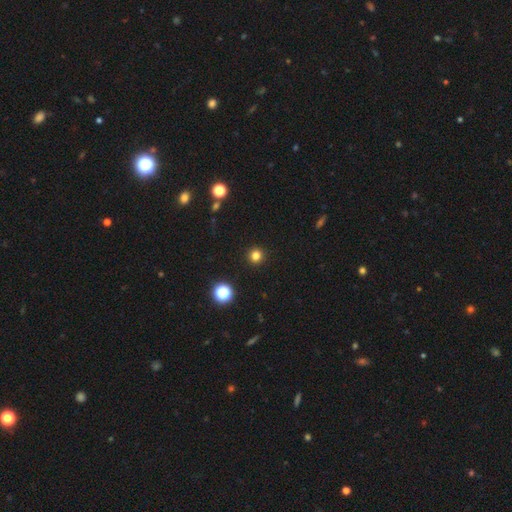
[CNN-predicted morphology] Smooth or featured? Predicted: smooth (p=0.81). How rounded? Predicted: round (p=0.95). Merging? Predicted: none (p=0.93).